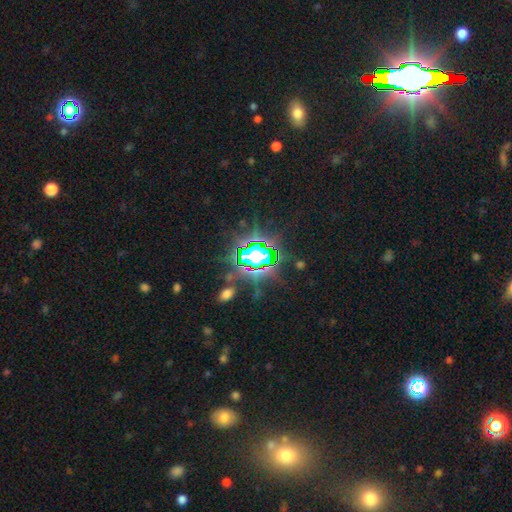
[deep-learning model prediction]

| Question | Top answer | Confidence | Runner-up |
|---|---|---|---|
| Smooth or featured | star or artifact | 74% | smooth (15%) |